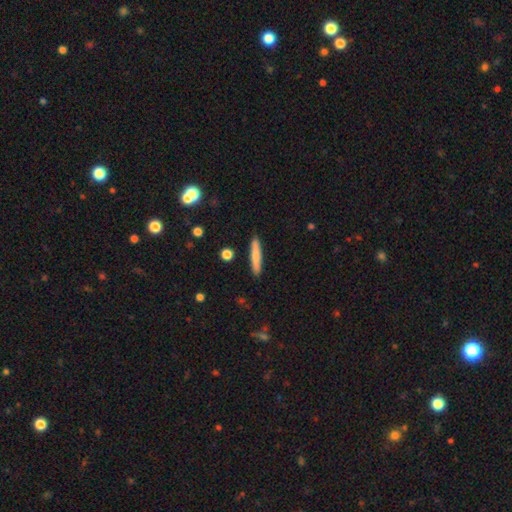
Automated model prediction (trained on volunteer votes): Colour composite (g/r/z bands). It shows a smooth galaxy with no disk features (79%) that is cigar-shaped (92%). Merging: none (90%).